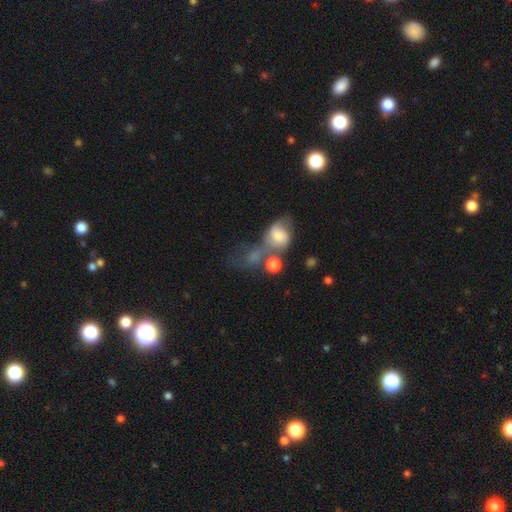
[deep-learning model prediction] A smooth galaxy with no disk features (47%).

Vote fractions:
- Smooth or featured? smooth: 47% / featured or disk: 35% / star or artifact: 17%
- Merging? merger: 37% / none: 27% / major disturbance: 21% / minor disturbance: 15%